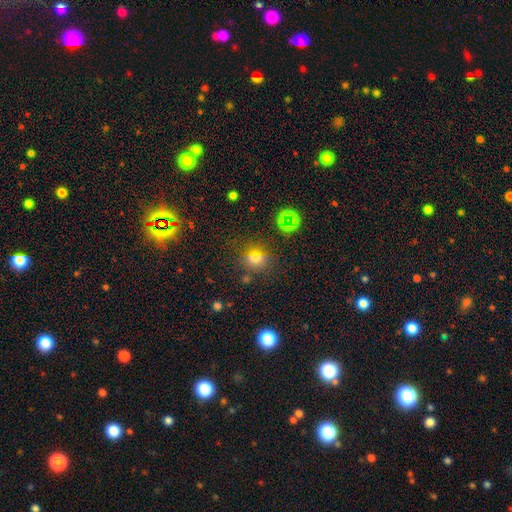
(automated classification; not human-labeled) Smooth or featured: smooth — 66% (star or artifact — 24%)
How rounded: round — 73% (in between — 25%)
Merging: none — 76% (minor disturbance — 12%)